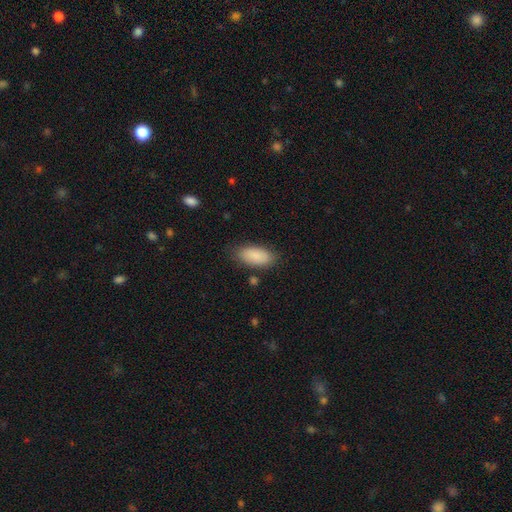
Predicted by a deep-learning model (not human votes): A smooth galaxy with no disk features (89%) that is in between round and cigar-shaped (88%). Merging: none (82%).